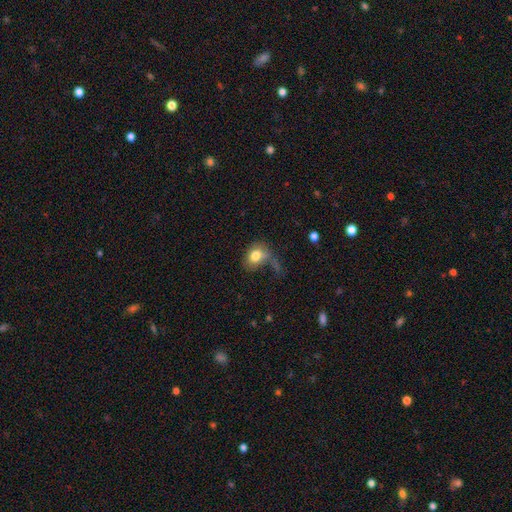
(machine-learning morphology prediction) Q: Smooth or featured?
A: smooth (77%); runner-up: featured or disk (14%)
Q: How rounded?
A: in between (66%); runner-up: round (33%)
Q: Merging?
A: none (37%); runner-up: major disturbance (29%)